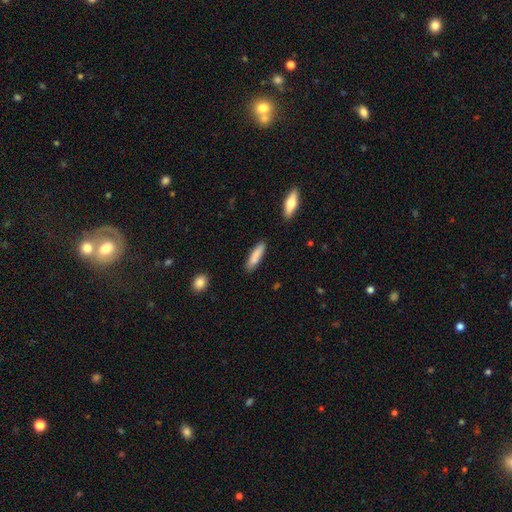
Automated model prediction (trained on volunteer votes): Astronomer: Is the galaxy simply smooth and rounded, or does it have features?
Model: smooth — 85%.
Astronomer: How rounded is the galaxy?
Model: cigar-shaped — 74%.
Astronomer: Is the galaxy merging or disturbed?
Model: none — 86%.